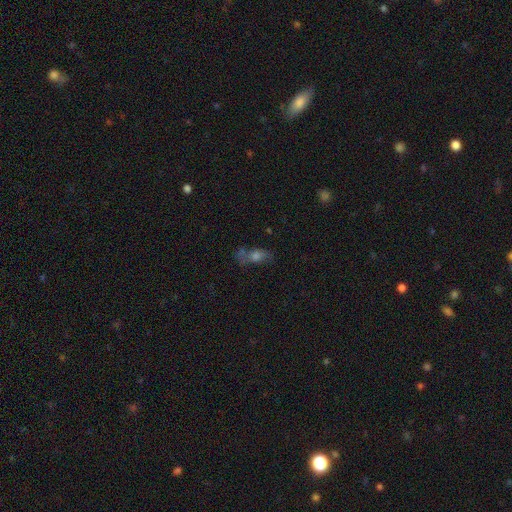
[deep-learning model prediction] Overall: smooth (47%; featured or disk 31%). Merging: none (43%; merger 23%).